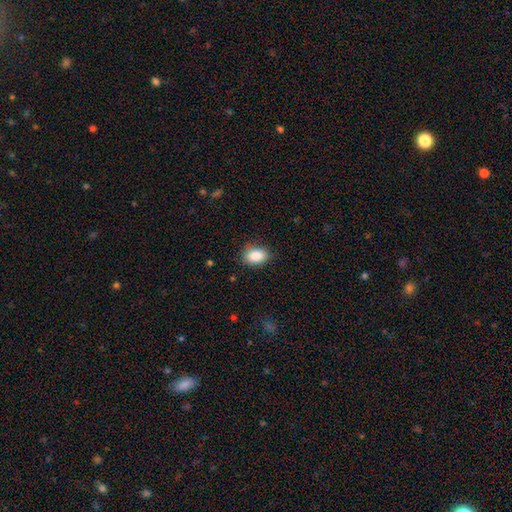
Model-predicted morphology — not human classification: smooth 87%, star or artifact 8%, featured or disk 5%. Down the decision tree: how rounded — in between (81%); merging — none (83%).